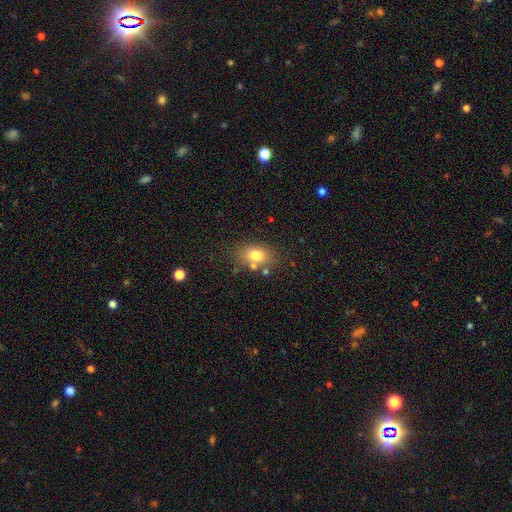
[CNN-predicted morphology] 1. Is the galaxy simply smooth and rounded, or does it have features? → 76% smooth, 12% featured or disk, 11% star or artifact.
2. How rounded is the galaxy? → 75% in between, 24% round, 2% cigar-shaped.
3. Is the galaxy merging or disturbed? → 72% none, 14% minor disturbance, 10% merger, 4% major disturbance.